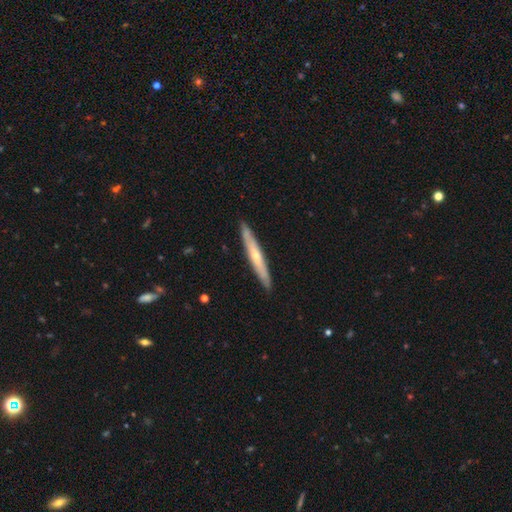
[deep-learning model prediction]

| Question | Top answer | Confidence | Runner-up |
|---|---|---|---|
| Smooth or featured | featured or disk | 60% | smooth (35%) |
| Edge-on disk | yes | 90% | no (10%) |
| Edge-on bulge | rounded | 65% | none (33%) |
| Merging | none | 89% | minor disturbance (8%) |